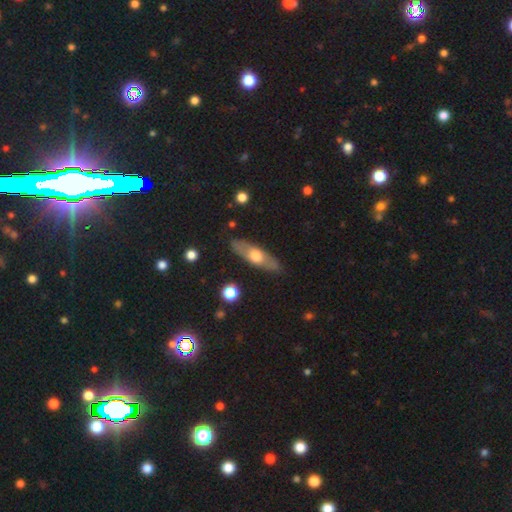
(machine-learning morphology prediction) smooth_or_featured: featured or disk (p=0.51) [alt: smooth p=0.44]
disk_edge_on: yes (p=0.69) [alt: no p=0.31]
merging: none (p=0.85) [alt: minor disturbance p=0.11]